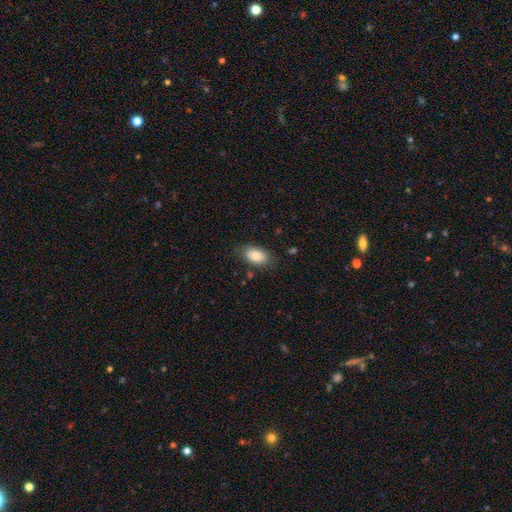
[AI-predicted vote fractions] A smooth galaxy with no disk features (81%) that is in between round and cigar-shaped (92%). Merging: none (79%).